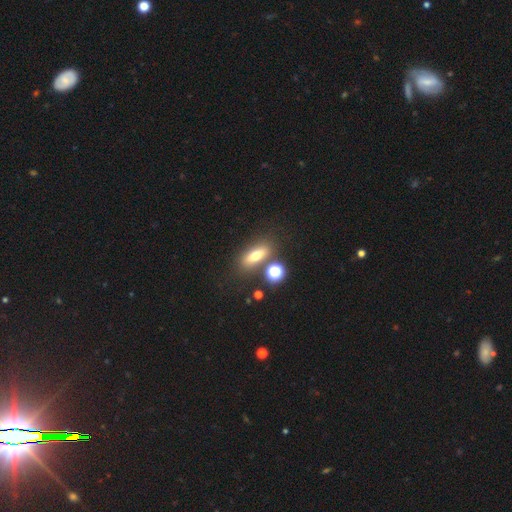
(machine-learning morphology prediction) smooth 66%, featured or disk 21%, star or artifact 13%. Down the decision tree: how rounded — in between (61%); merging — none (73%).